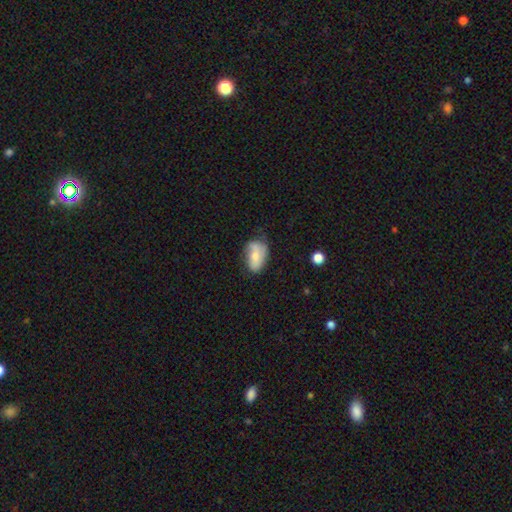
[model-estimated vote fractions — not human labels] This is likely a smooth galaxy (61%). How rounded: clearly in between (88%). Merging: possibly none (50%).